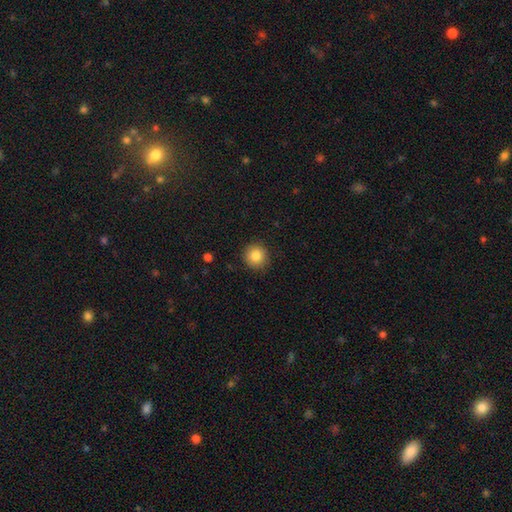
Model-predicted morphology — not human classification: smooth 84%, star or artifact 10%, featured or disk 7%. Down the decision tree: how rounded — round (93%); merging — none (90%).